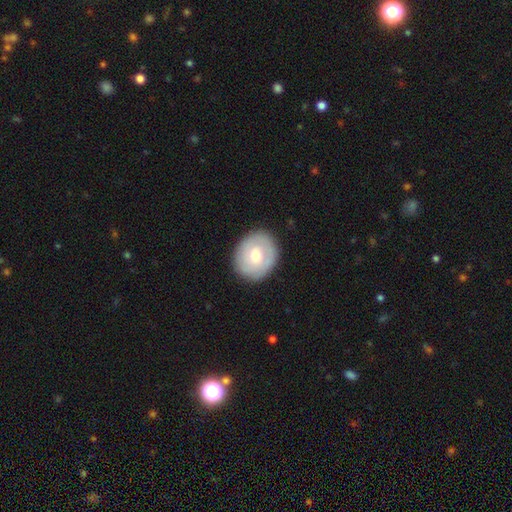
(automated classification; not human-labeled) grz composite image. It shows a smooth galaxy with no disk features (59%) that is round (67%). Merging: none (86%).